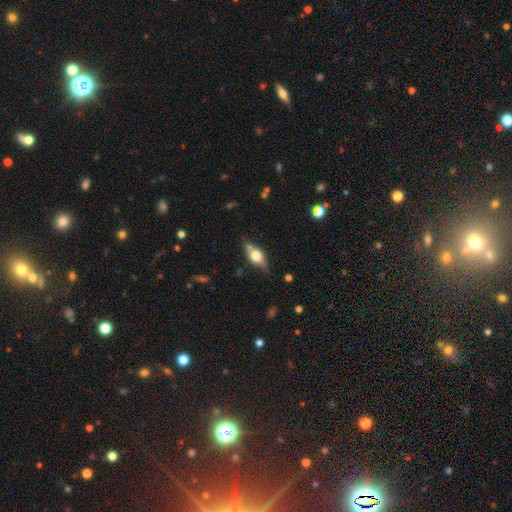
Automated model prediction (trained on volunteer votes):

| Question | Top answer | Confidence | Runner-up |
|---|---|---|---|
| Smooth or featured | smooth | 50% | featured or disk (41%) |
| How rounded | in between | 69% | round (19%) |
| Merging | none | 63% | minor disturbance (22%) |